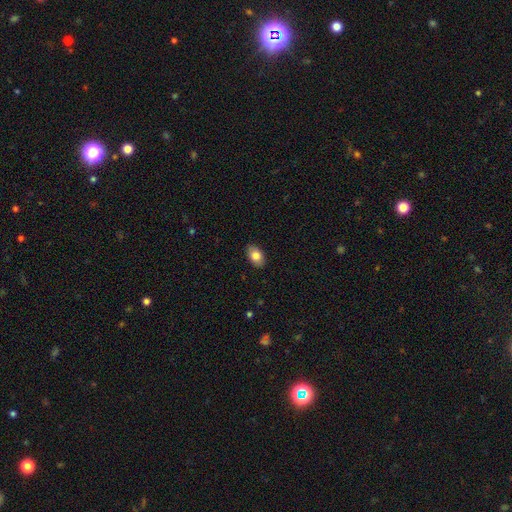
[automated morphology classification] A smooth galaxy with no disk features (82%) that is in between round and cigar-shaped (90%). Merging: none (89%).